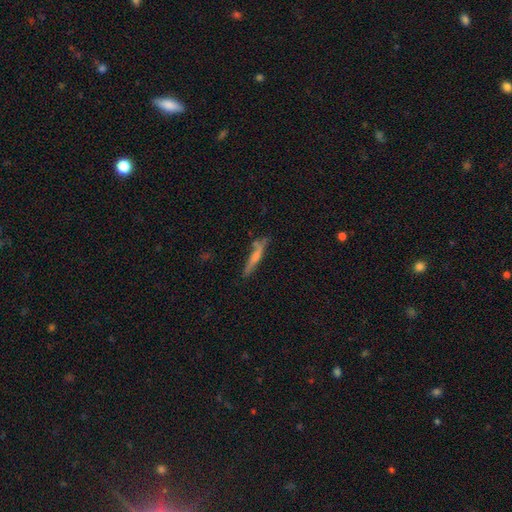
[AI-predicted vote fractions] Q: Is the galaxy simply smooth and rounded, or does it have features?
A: smooth — 52%.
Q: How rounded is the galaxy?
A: cigar-shaped — 92%.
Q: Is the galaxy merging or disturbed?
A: none — 71%.